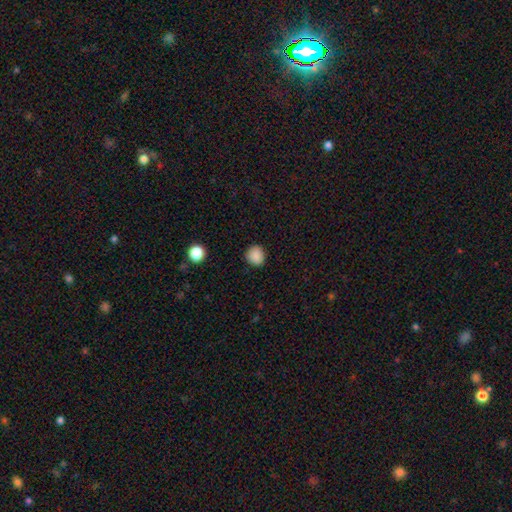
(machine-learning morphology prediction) type=smooth (87%); roundness=round (85%); merging=none (89%).